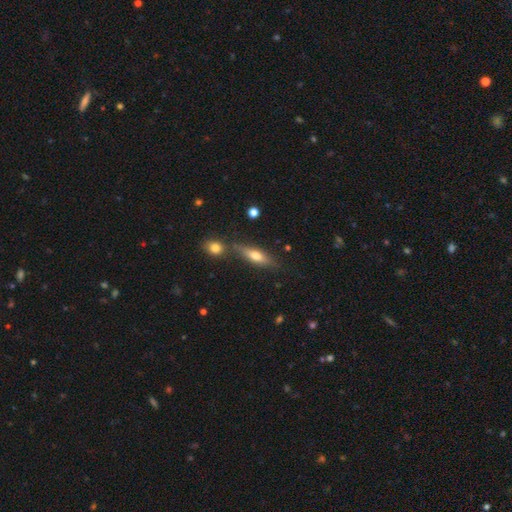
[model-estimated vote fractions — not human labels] Smooth or featured: smooth — 58% (featured or disk — 34%)
How rounded: cigar-shaped — 54% (in between — 43%)
Merging: none — 68% (minor disturbance — 15%)